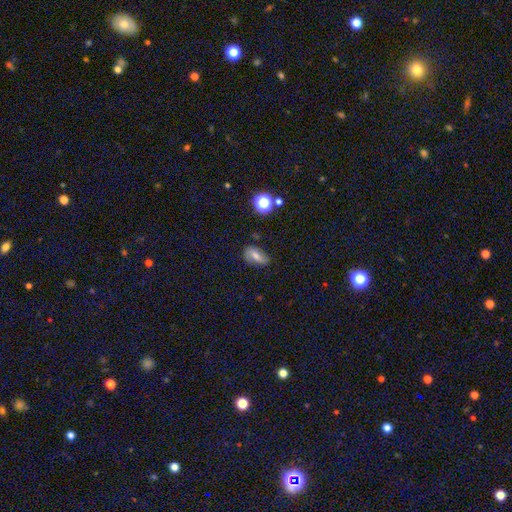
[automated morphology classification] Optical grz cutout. It shows a smooth galaxy with no disk features (56%) that is in between round and cigar-shaped (83%). Merging: none (71%).